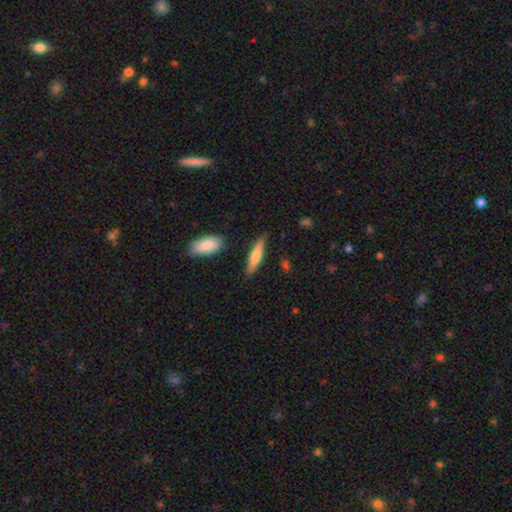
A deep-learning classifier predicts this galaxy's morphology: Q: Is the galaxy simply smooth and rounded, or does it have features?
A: smooth — 61%.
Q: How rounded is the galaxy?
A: cigar-shaped — 77%.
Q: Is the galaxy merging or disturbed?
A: none — 83%.